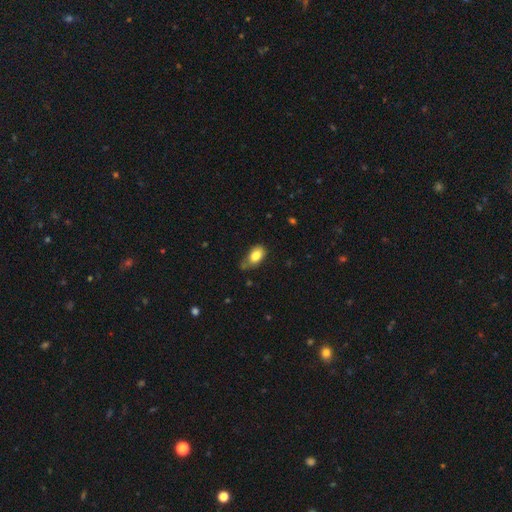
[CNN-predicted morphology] smooth 82%, featured or disk 10%, star or artifact 8%. Down the decision tree: how rounded — in between (91%); merging — none (52%).